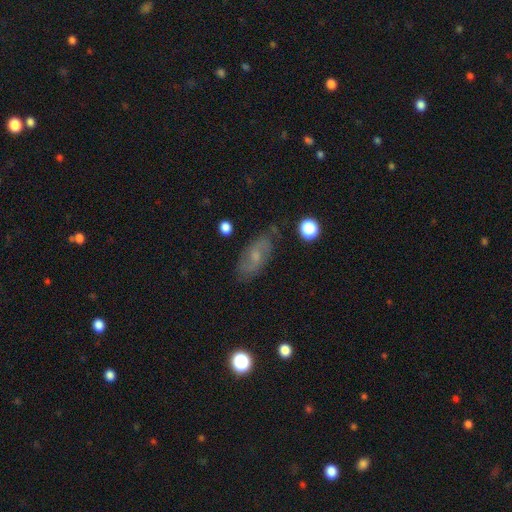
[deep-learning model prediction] smooth-or-featured: featured or disk: 54% | smooth: 36% | star or artifact: 10%
  disk-edge-on: no: 91% | yes: 9%
  merging: none: 77% | minor disturbance: 17% | major disturbance: 5% | merger: 2%